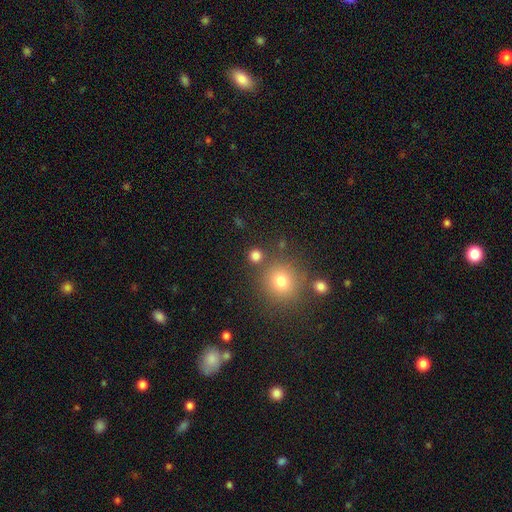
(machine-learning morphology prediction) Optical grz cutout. It shows a smooth galaxy with no disk features (78%) that is round (90%). Merging: none (80%).